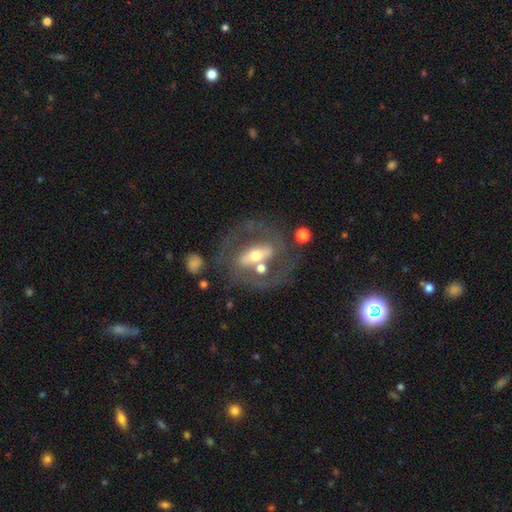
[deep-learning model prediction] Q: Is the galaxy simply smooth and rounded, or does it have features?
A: featured or disk — 78%.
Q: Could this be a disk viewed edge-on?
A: no — 90%.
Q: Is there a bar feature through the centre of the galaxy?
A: strong — 59%.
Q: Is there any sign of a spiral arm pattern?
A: yes — 61%.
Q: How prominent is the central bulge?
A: moderate — 63%.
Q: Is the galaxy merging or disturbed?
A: none — 59%.